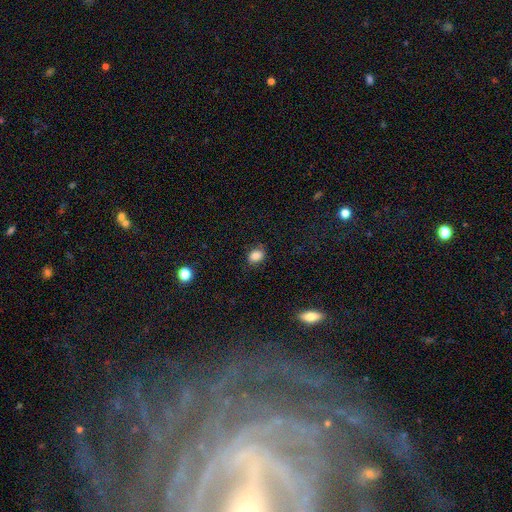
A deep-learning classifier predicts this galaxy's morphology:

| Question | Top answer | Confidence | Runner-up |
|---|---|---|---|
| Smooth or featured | smooth | 84% | star or artifact (10%) |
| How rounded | in between | 68% | round (31%) |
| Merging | none | 81% | minor disturbance (14%) |